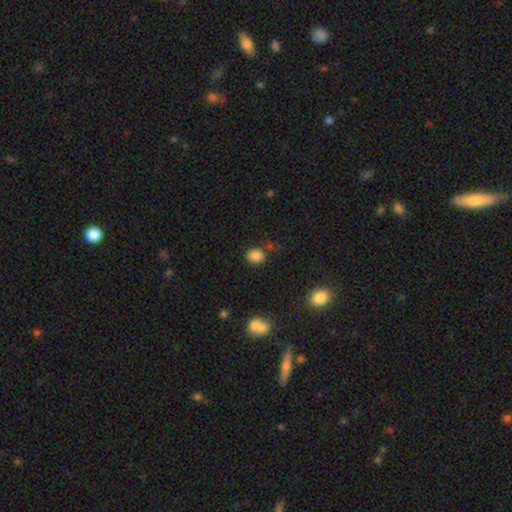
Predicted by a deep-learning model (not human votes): The model was most divided on "how rounded": in between: 55%, round: 44%, cigar-shaped: 1%. More confident: smooth or featured — smooth (83%); merging — none (74%).